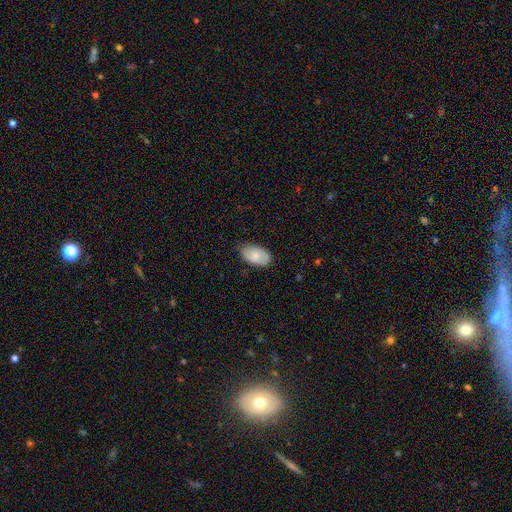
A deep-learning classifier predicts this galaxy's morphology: Overall: smooth (78%). How rounded: in between (94%). Merging: none (75%).